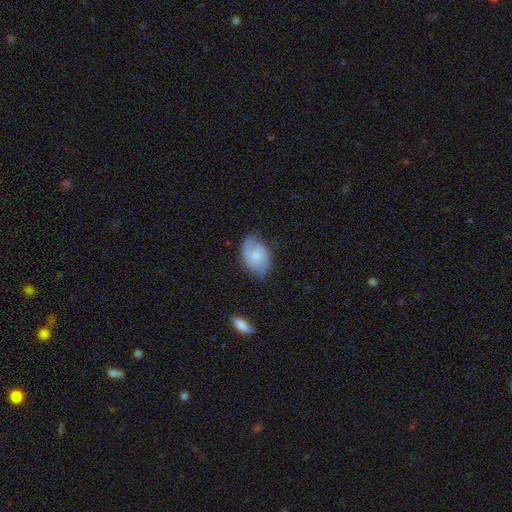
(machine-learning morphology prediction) Smooth or featured? featured or disk (50%)
Edge-on disk? no (96%)
Merging? none (68%)